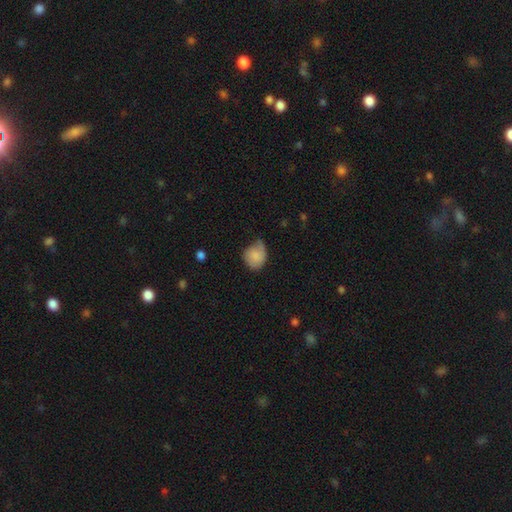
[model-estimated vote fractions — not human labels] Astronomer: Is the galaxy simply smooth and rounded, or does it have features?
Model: smooth — 77%.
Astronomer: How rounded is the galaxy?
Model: round — 61% (runner-up: in between, 38%).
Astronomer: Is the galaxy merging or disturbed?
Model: minor disturbance — 43% (runner-up: none, 40%).